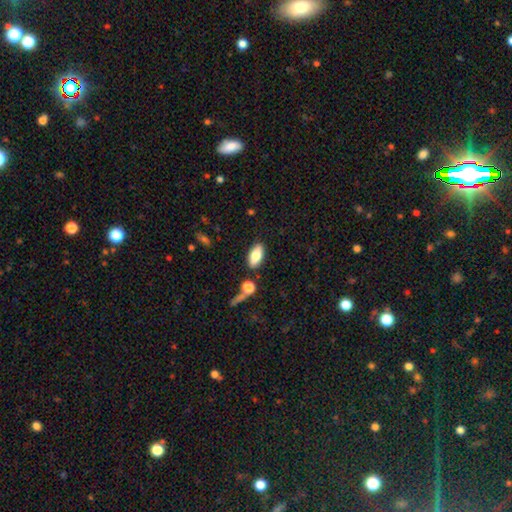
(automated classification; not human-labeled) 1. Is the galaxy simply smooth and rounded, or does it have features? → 78% smooth, 15% featured or disk, 7% star or artifact.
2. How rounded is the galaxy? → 88% in between, 9% cigar-shaped, 3% round.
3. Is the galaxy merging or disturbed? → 82% none, 10% minor disturbance, 5% merger, 3% major disturbance.